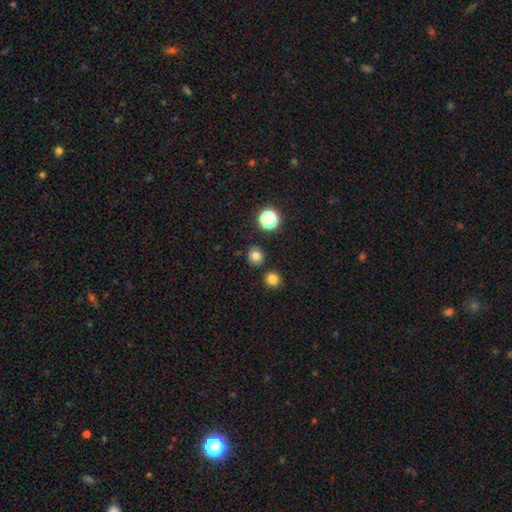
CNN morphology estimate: smooth_or_featured: smooth (p=0.78) [alt: star or artifact p=0.16]
how_rounded: round (p=0.82) [alt: in between p=0.17]
merging: none (p=0.85) [alt: minor disturbance p=0.08]